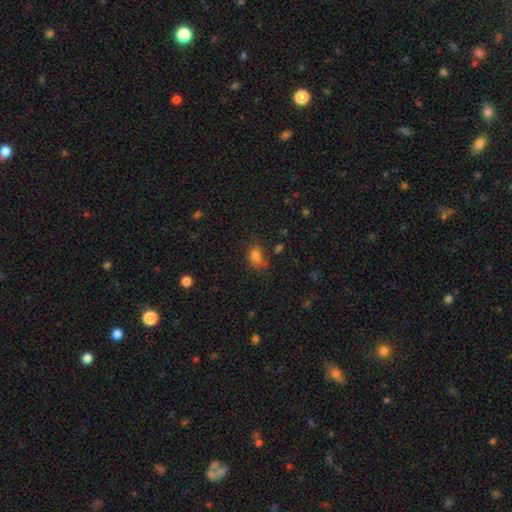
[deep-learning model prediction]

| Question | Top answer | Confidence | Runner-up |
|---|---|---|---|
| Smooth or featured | smooth | 76% | star or artifact (14%) |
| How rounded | in between | 67% | round (32%) |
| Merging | none | 54% | minor disturbance (25%) |